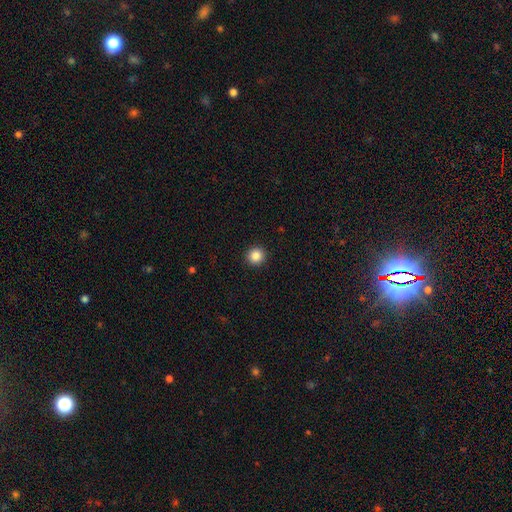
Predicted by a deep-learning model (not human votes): Smooth or featured: smooth — 86% (star or artifact — 10%)
How rounded: round — 94% (in between — 5%)
Merging: none — 93% (minor disturbance — 4%)